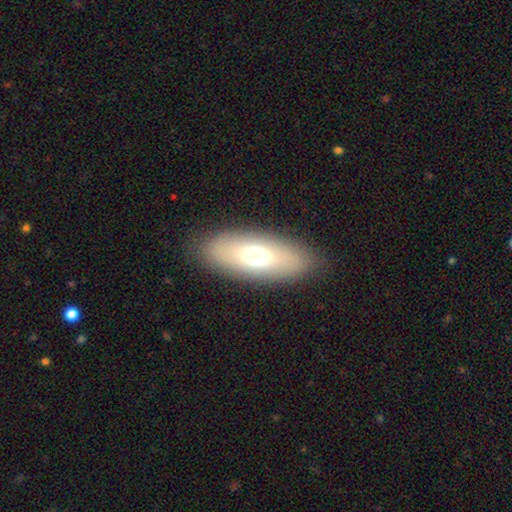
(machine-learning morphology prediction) smooth_or_featured: smooth (p=0.67) [alt: featured or disk p=0.25]
how_rounded: in between (p=0.77) [alt: cigar-shaped p=0.20]
merging: none (p=0.87) [alt: minor disturbance p=0.09]